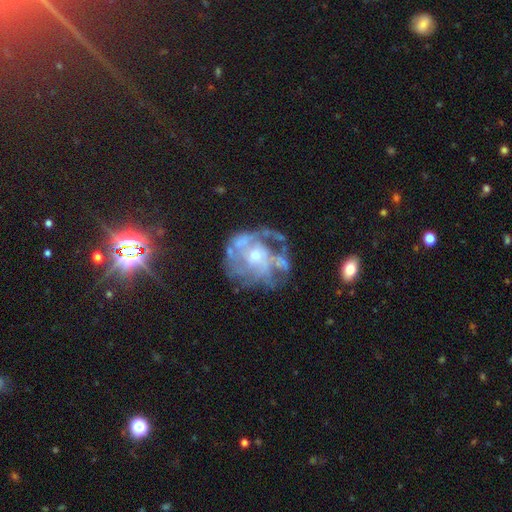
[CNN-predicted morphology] Smooth or featured?
  - featured or disk: 81% *
  - smooth: 10%
  - star or artifact: 10%
Edge-on disk?
  - no: 97% *
  - yes: 3%
Bar?
  - no: 75% *
  - weak: 20%
  - strong: 5%
Spiral arms?
  - yes: 74% *
  - no: 26%
Spiral winding?
  - tight: 47% *
  - medium: 36%
  - loose: 17%
Spiral arm count?
  - can't tell: 47% *
  - 3: 16%
  - 2: 14%
  - 4: 11%
  - more than 4: 6%
  - 1: 6%
Bulge size?
  - small: 54% *
  - moderate: 40%
  - none: 3%
  - large: 3%
  - dominant: 1%
Merging?
  - none: 46% *
  - major disturbance: 26%
  - minor disturbance: 20%
  - merger: 7%